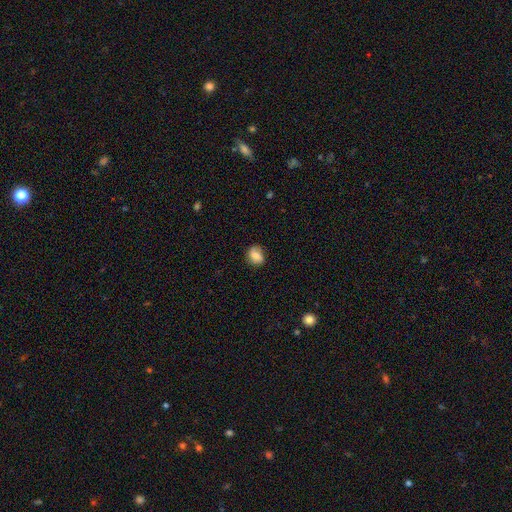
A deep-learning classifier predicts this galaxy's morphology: type=smooth (70%); roundness=round (59%); merging=none (73%).